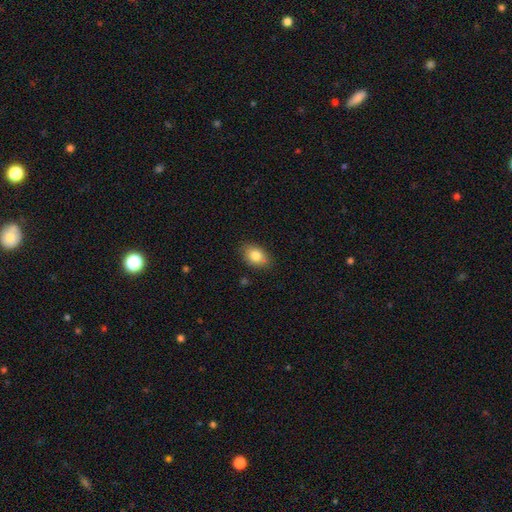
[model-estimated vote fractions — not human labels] Q: Smooth or featured?
A: smooth (83%); runner-up: featured or disk (9%)
Q: How rounded?
A: in between (80%); runner-up: round (18%)
Q: Merging?
A: none (82%); runner-up: minor disturbance (14%)